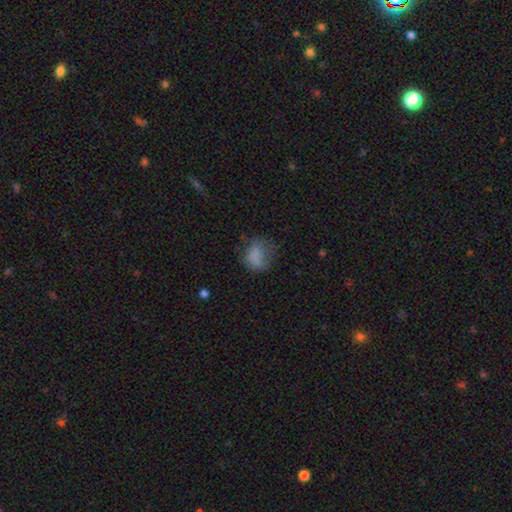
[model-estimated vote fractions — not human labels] A smooth galaxy with no disk features (77%) that is round (51%). Merging: none (45%).